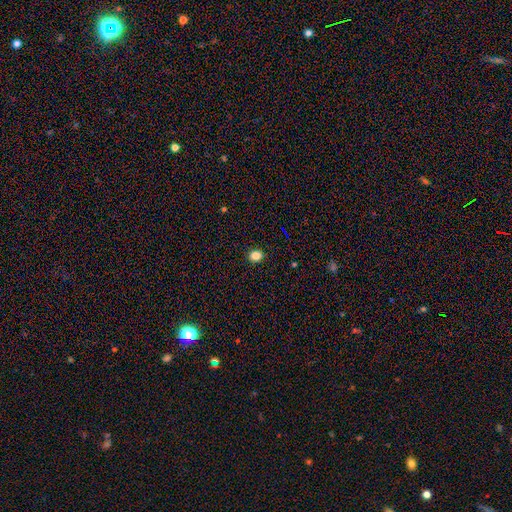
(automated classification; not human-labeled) This appears to be a smooth galaxy with no disk features (84%) that is round (66%). Merging: none (92%).